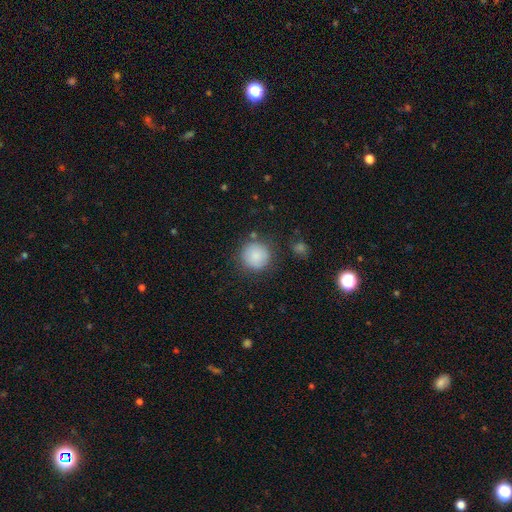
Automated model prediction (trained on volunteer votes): This is clearly a smooth galaxy (86%). How rounded: clearly round (94%). Merging: clearly none (83%).